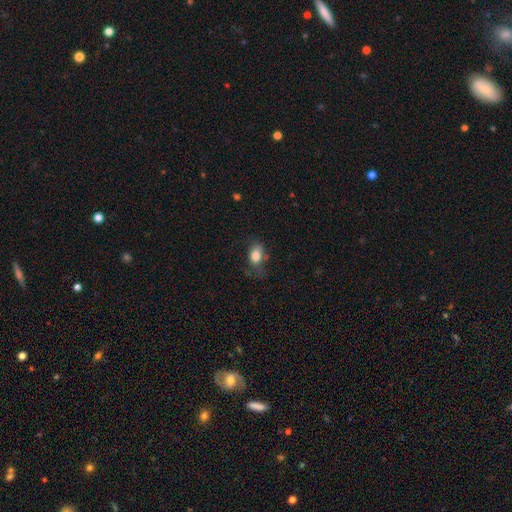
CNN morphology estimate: smooth 80%, featured or disk 11%, star or artifact 9%. Down the decision tree: how rounded — in between (79%); merging — none (47%).